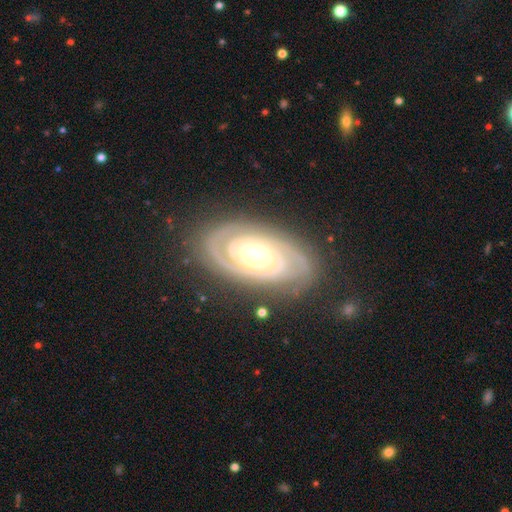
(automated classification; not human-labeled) Smooth or featured?
  - featured or disk: 92% *
  - star or artifact: 4%
  - smooth: 4%
Edge-on disk?
  - no: 96% *
  - yes: 4%
Bar?
  - no: 66% *
  - weak: 20%
  - strong: 14%
Spiral arms?
  - yes: 98% *
  - no: 2%
Spiral winding?
  - tight: 83% *
  - medium: 15%
  - loose: 2%
Spiral arm count?
  - 2: 77% *
  - 3: 11%
  - can't tell: 5%
  - 4: 3%
  - 1: 2%
  - more than 4: 2%
Bulge size?
  - moderate: 69% *
  - small: 20%
  - large: 9%
  - dominant: 1%
  - none: 1%
Merging?
  - none: 83% *
  - minor disturbance: 12%
  - major disturbance: 4%
  - merger: 1%